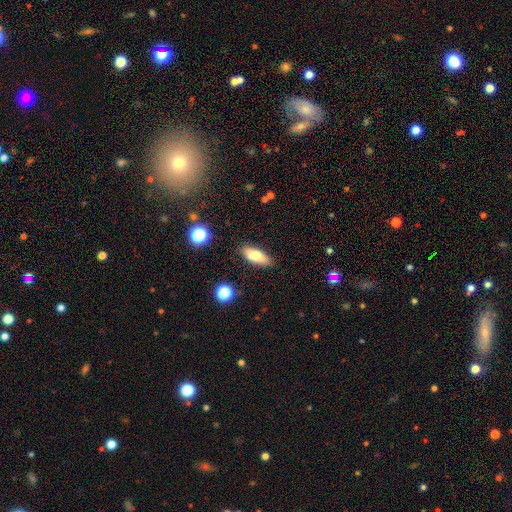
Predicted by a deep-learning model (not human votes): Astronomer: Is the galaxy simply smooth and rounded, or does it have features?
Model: smooth — 73%.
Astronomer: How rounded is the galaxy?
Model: in between — 71%.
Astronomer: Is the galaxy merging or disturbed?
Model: none — 86%.